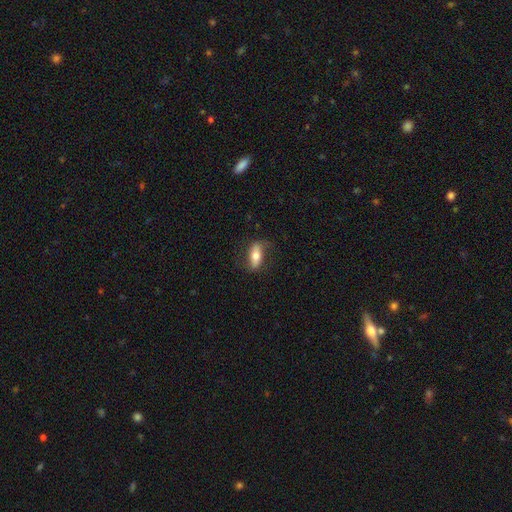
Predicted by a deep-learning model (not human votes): This is possibly a smooth galaxy (56%). How rounded: likely in between (69%). Merging: likely none (72%).